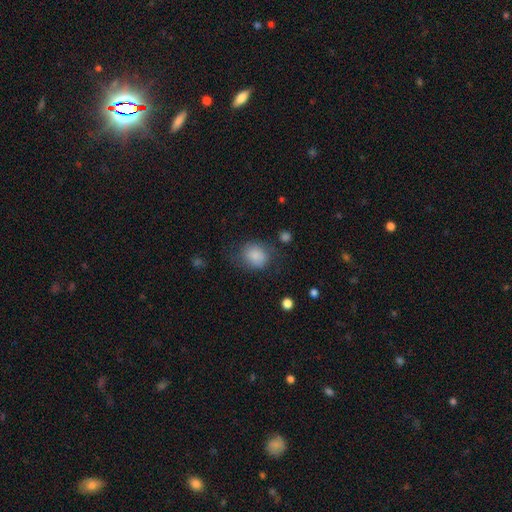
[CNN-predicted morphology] smooth 84%, star or artifact 9%, featured or disk 8%. Down the decision tree: how rounded — round (63%); merging — none (63%).